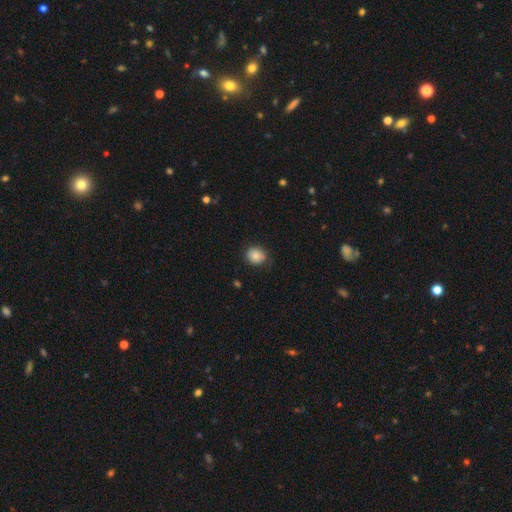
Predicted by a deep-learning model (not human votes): Q: Smooth or featured?
A: smooth (83%); runner-up: star or artifact (9%)
Q: How rounded?
A: round (80%); runner-up: in between (19%)
Q: Merging?
A: none (75%); runner-up: minor disturbance (19%)